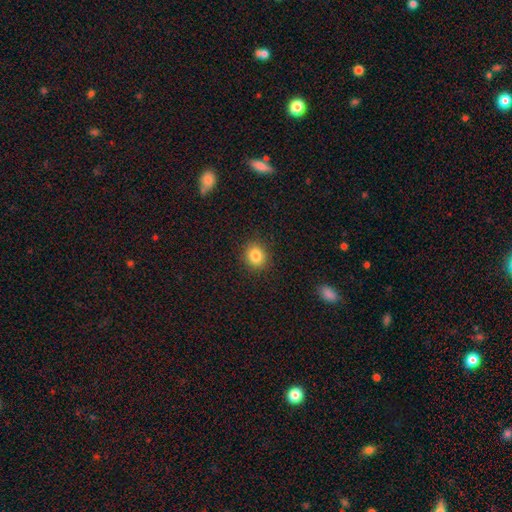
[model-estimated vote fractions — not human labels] A smooth galaxy with no disk features (84%) that is round (78%).

Vote fractions:
- Smooth or featured? smooth: 84% / star or artifact: 11% / featured or disk: 6%
- How rounded? round: 78% / in between: 21% / cigar-shaped: 1%
- Merging? none: 90% / minor disturbance: 7% / major disturbance: 2% / merger: 1%